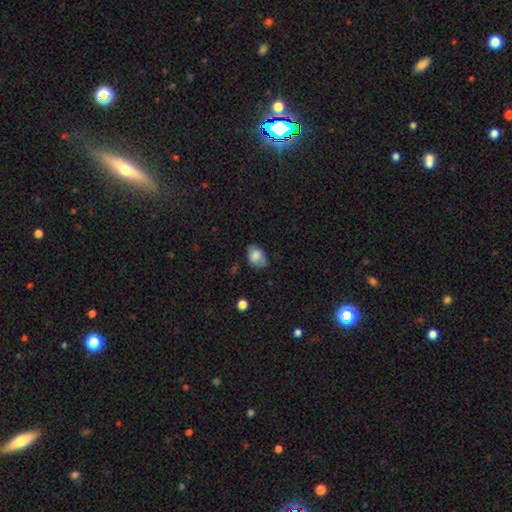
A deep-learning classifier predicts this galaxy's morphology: smooth_or_featured: smooth (p=0.81) [alt: featured or disk p=0.11]
how_rounded: in between (p=0.80) [alt: round p=0.19]
merging: none (p=0.66) [alt: minor disturbance p=0.26]